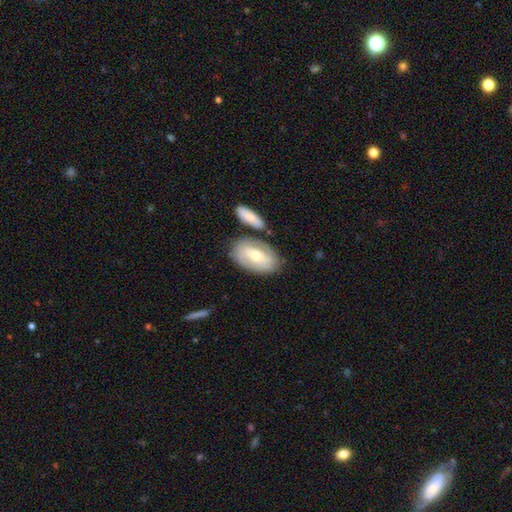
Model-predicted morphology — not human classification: This is possibly a featured or disk galaxy (48%). Merging: likely none (67%).